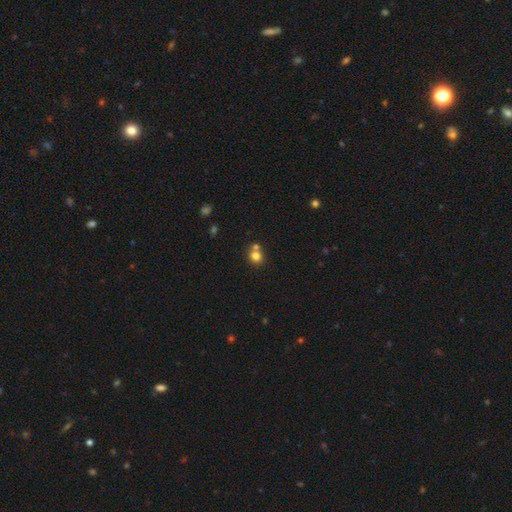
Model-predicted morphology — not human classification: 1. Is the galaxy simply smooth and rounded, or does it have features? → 78% smooth, 13% star or artifact, 9% featured or disk.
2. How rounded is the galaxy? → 84% round, 15% in between, 1% cigar-shaped.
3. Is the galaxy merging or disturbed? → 56% none, 34% merger, 8% minor disturbance, 3% major disturbance.